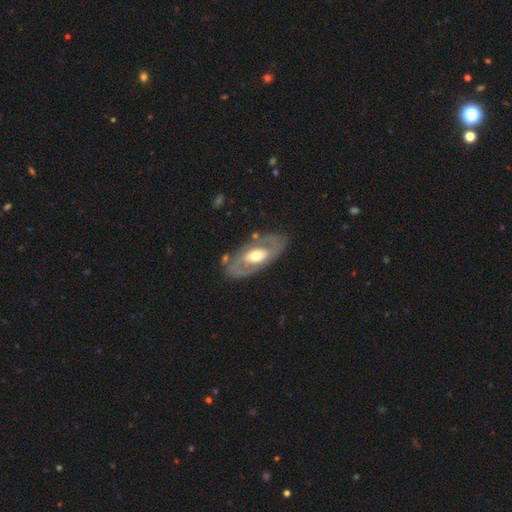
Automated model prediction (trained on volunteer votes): This appears to be a featured or disk galaxy (72%) with no bar (64%), spiral arms (53%) and a moderate central bulge (68%). Merging: none (76%).